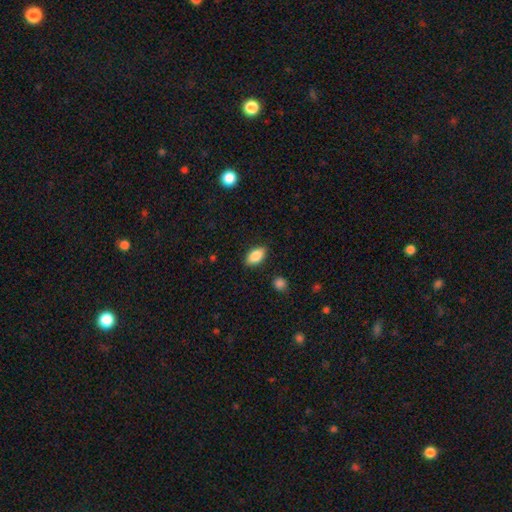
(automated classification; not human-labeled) Smooth or featured? Predicted: smooth (p=0.85). How rounded? Predicted: in between (p=0.90). Merging? Predicted: none (p=0.85).